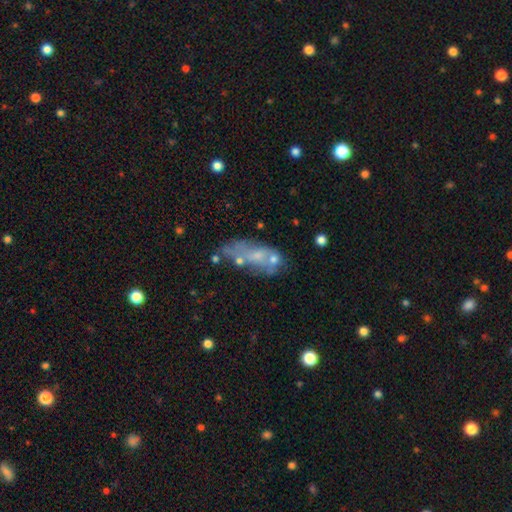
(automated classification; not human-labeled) A featured or disk galaxy (47%). Merging: none (38%).